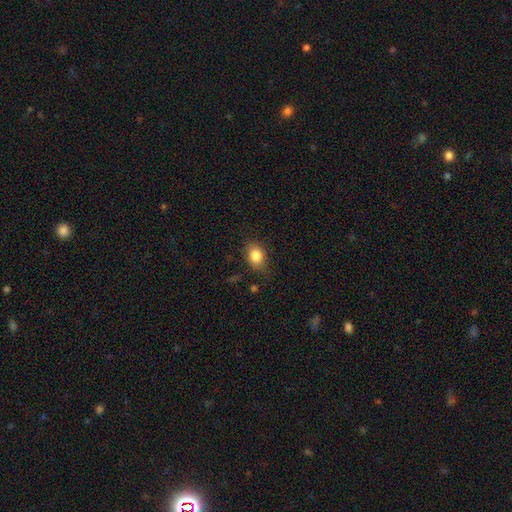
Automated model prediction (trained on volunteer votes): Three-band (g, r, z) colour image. It shows a smooth galaxy with no disk features (83%) that is in between round and cigar-shaped (67%). Merging: none (77%).